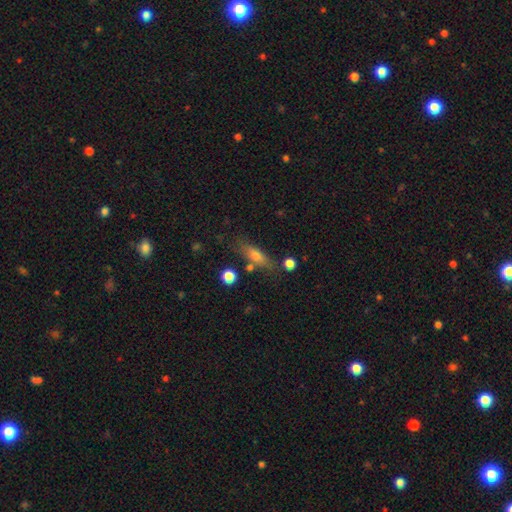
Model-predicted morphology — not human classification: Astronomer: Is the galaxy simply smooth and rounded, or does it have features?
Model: smooth — 66%.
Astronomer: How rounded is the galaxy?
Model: cigar-shaped — 49% (runner-up: in between, 46%).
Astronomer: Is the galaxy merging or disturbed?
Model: none — 71%.